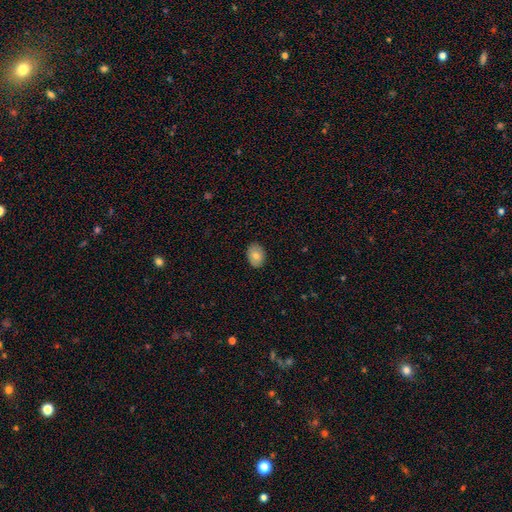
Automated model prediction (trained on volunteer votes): The model was most divided on "how rounded": in between: 73%, round: 26%, cigar-shaped: 1%. More confident: merging — none (88%); smooth or featured — smooth (78%).